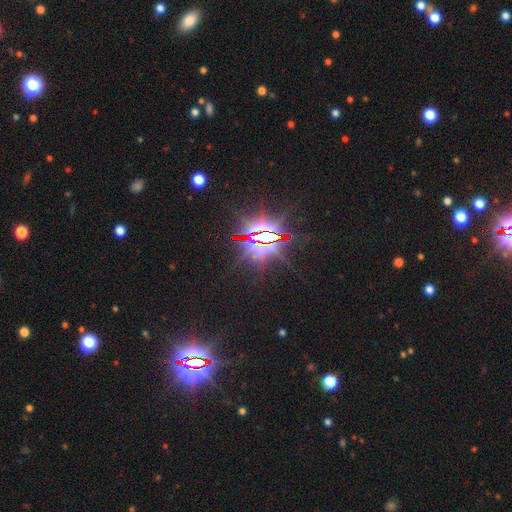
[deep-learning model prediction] Q: Smooth or featured?
A: star or artifact (86%); runner-up: featured or disk (8%)